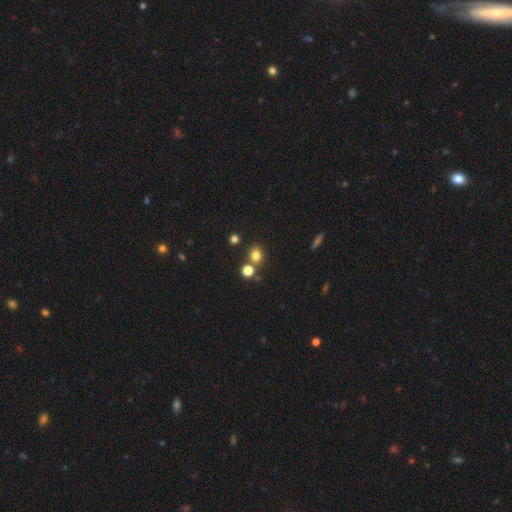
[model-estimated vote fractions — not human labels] Morphology: type=smooth (77%); roundness=round (66%); merging=none (68%).